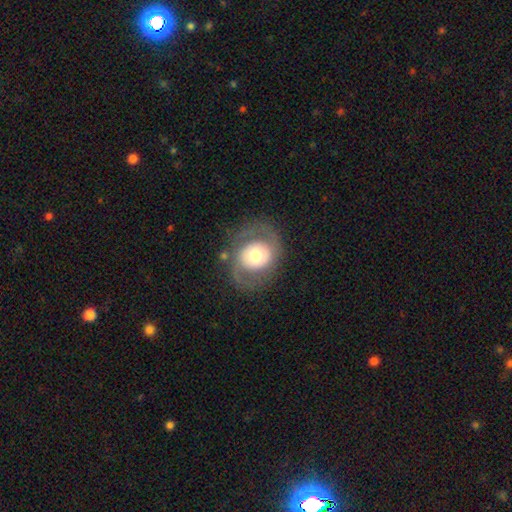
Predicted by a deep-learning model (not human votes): Smooth or featured? Predicted: featured or disk (p=0.58). Edge-on disk? Predicted: no (p=0.96). Bar? Predicted: no (p=0.69). Spiral arms? Predicted: yes (p=0.59). Bulge size? Predicted: moderate (p=0.45). Merging? Predicted: none (p=0.71).